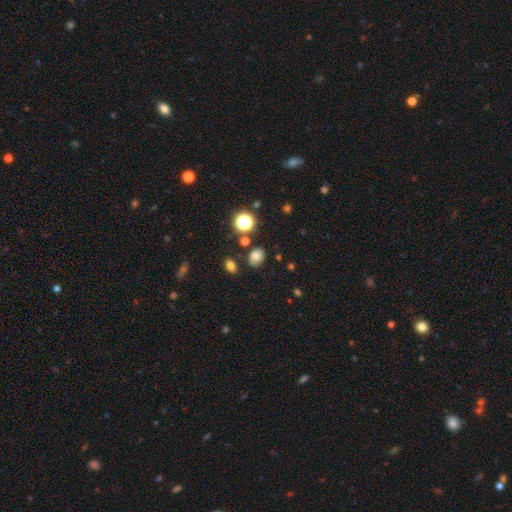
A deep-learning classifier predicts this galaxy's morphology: type=smooth (74%); roundness=in between (53%); merging=none (80%).